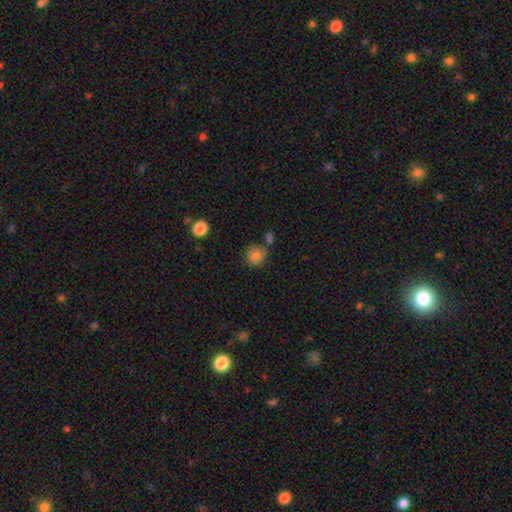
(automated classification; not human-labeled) Overall: smooth (83%). How rounded: round (85%). Merging: none (70%).